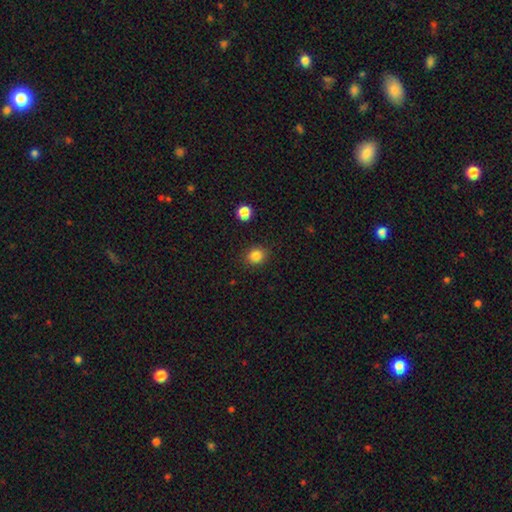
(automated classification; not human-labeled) A smooth galaxy with no disk features (85%) that is round (74%).

Vote fractions:
- Smooth or featured? smooth: 85% / star or artifact: 11% / featured or disk: 4%
- How rounded? round: 74% / in between: 25% / cigar-shaped: 1%
- Merging? none: 88% / minor disturbance: 8% / major disturbance: 3% / merger: 2%